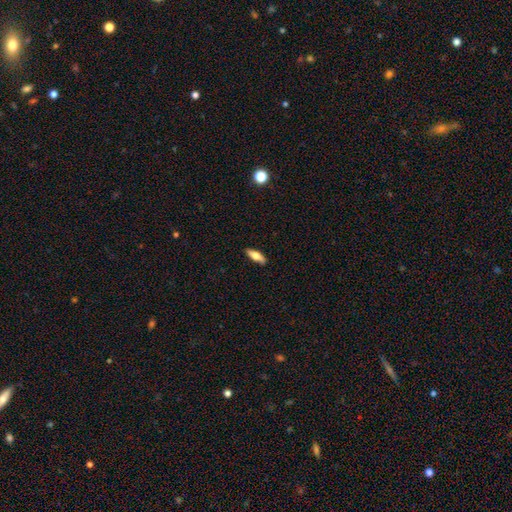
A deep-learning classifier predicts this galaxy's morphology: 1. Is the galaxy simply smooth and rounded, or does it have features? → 62% smooth, 32% featured or disk, 6% star or artifact.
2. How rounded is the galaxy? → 57% in between, 41% cigar-shaped, 3% round.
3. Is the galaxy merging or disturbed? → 88% none, 9% minor disturbance, 2% major disturbance, 1% merger.